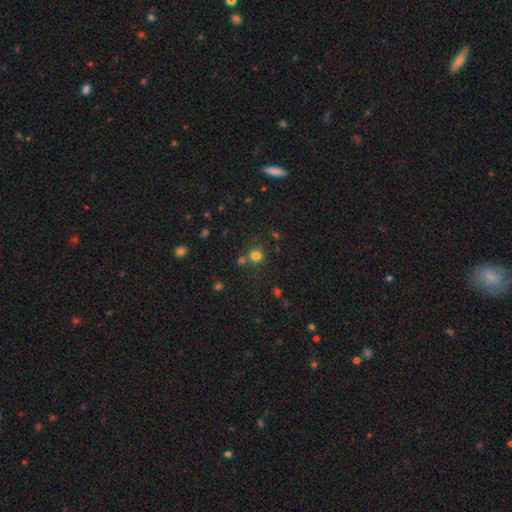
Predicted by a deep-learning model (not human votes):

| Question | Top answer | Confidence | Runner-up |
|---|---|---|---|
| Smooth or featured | smooth | 76% | star or artifact (18%) |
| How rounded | round | 91% | in between (8%) |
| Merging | none | 74% | merger (14%) |